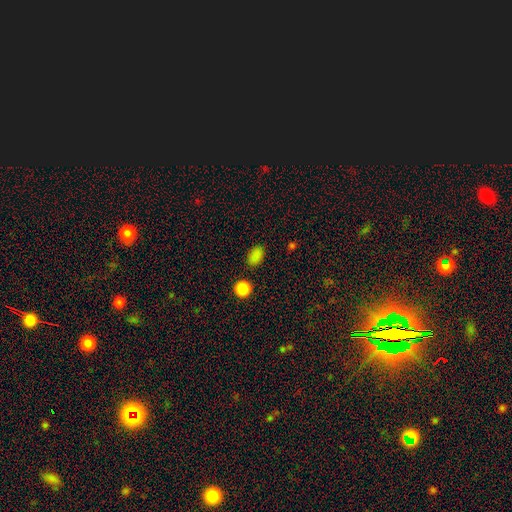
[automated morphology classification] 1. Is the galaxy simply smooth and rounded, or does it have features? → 83% smooth, 14% star or artifact, 3% featured or disk.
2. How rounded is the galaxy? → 79% in between, 20% round, 2% cigar-shaped.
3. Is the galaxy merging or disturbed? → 84% none, 10% minor disturbance, 3% major disturbance, 3% merger.